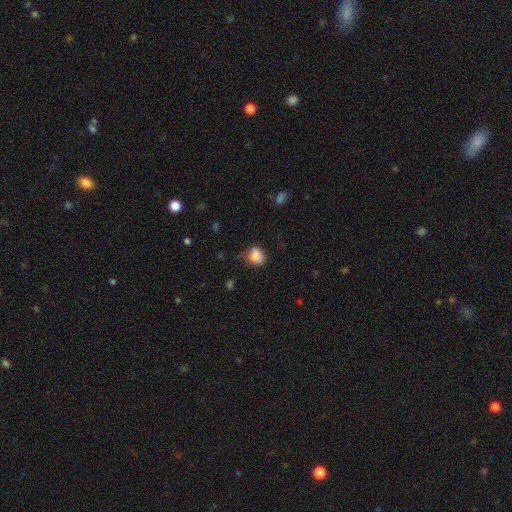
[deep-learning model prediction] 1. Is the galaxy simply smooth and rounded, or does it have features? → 84% smooth, 10% star or artifact, 6% featured or disk.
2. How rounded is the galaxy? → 54% in between, 45% round, 1% cigar-shaped.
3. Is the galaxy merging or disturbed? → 53% none, 32% minor disturbance, 10% major disturbance, 5% merger.